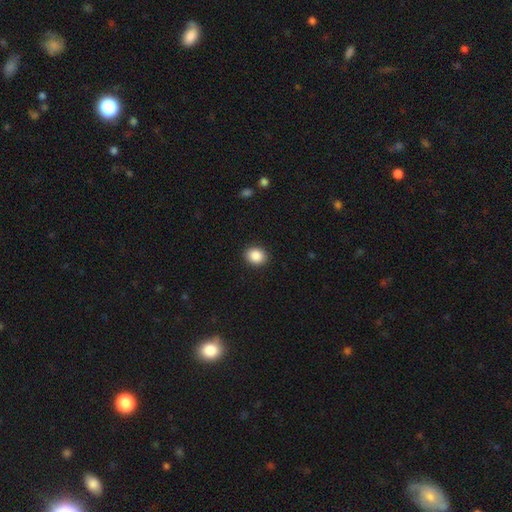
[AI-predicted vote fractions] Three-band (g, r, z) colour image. It shows a smooth galaxy with no disk features (88%) that is round (55%). Merging: none (91%).